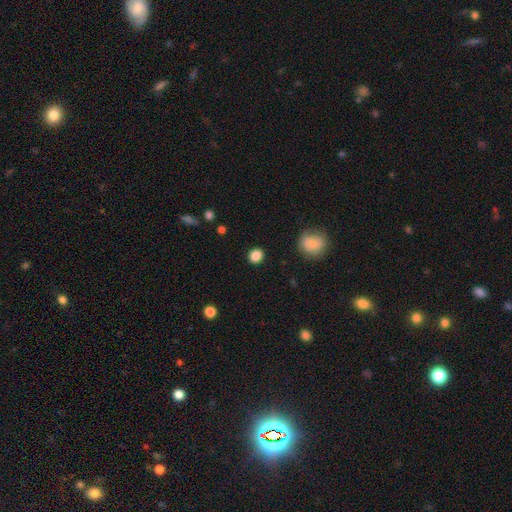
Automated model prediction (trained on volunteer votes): Smooth or featured: smooth — 87% (star or artifact — 10%)
How rounded: round — 77% (in between — 22%)
Merging: none — 90% (minor disturbance — 7%)